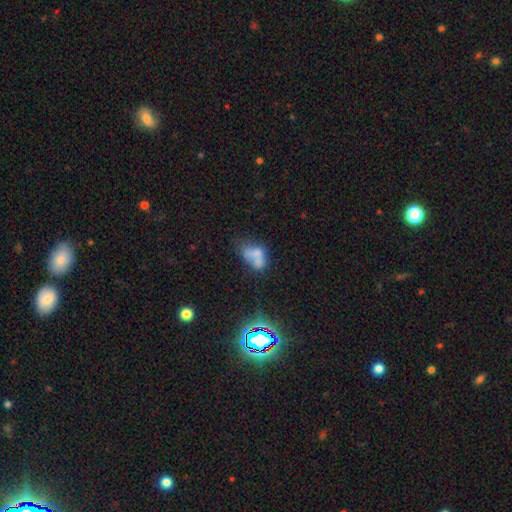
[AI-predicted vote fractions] Smooth or featured? smooth (53%)
How rounded? in between (82%)
Merging? merger (33%)